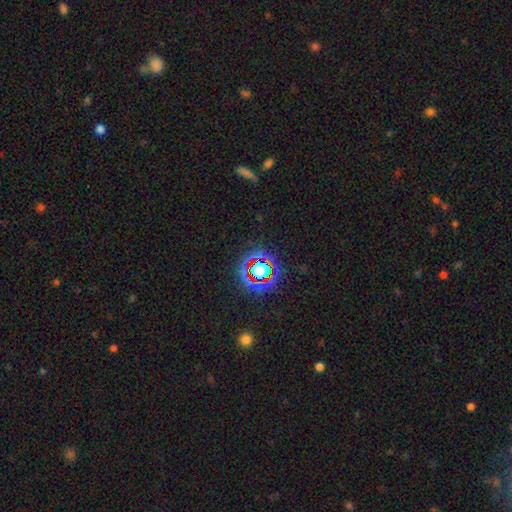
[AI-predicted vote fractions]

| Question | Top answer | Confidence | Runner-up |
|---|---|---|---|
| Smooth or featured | star or artifact | 78% | smooth (13%) |